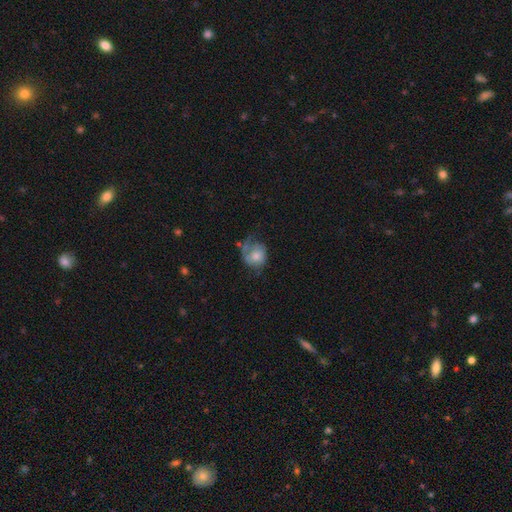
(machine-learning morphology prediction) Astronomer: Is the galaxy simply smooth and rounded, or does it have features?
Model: featured or disk — 47% (runner-up: smooth, 45%).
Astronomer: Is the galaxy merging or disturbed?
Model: none — 35% (runner-up: major disturbance, 33%).